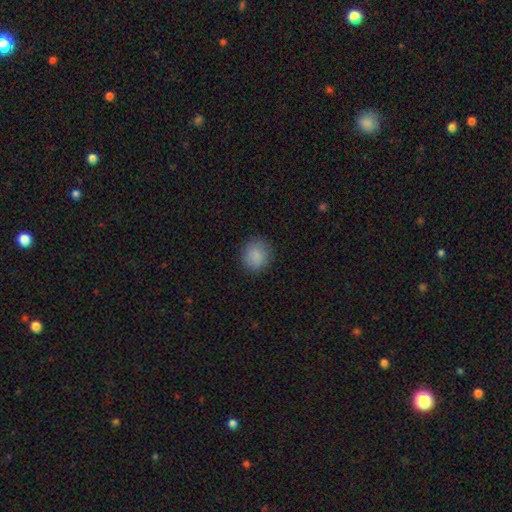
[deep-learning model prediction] This is clearly a smooth galaxy (87%). How rounded: clearly round (88%). Merging: clearly none (88%).